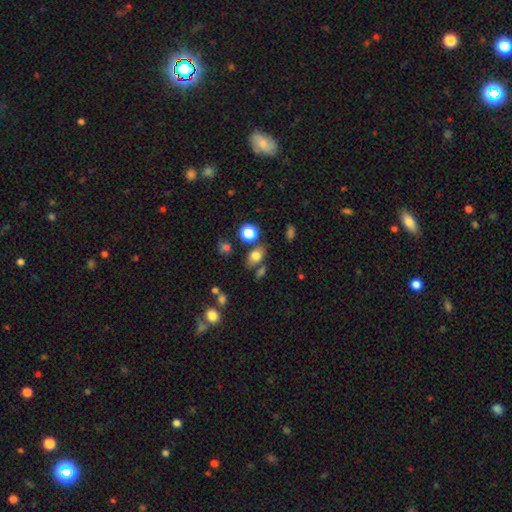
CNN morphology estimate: This is likely a smooth galaxy (76%). How rounded: likely in between (72%). Merging: likely none (68%).